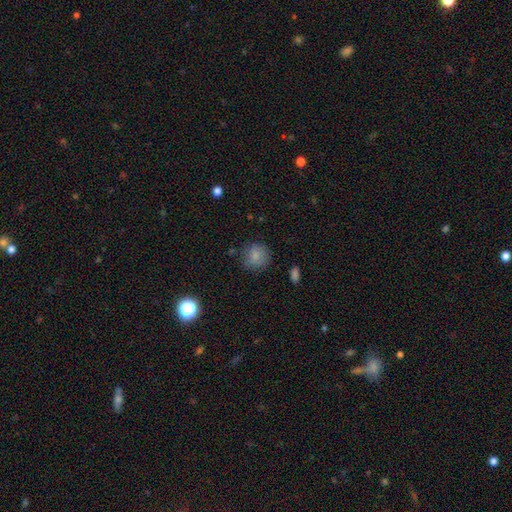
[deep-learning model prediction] A smooth galaxy with no disk features (81%) that is round (89%). Merging: none (77%).